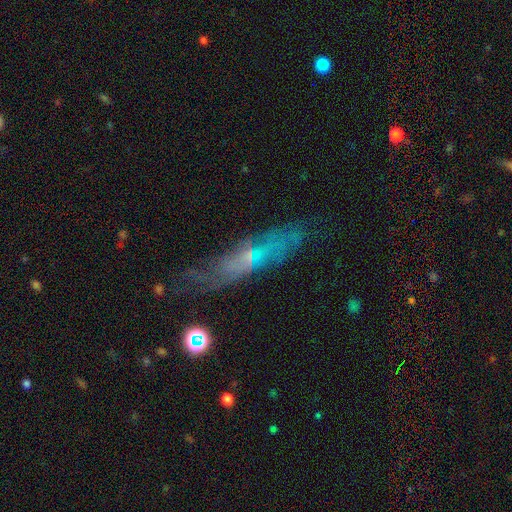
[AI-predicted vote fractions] smooth-or-featured: featured or disk: 57% | smooth: 31% | star or artifact: 13%
  disk-edge-on: yes: 61% | no: 39%
  merging: none: 69% | minor disturbance: 21% | major disturbance: 8% | merger: 3%